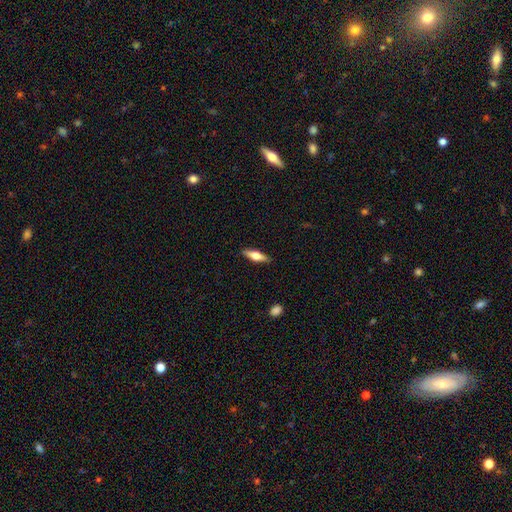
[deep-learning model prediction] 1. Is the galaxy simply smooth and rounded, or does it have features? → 48% featured or disk, 46% smooth, 6% star or artifact.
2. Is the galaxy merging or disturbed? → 89% none, 8% minor disturbance, 2% major disturbance, 1% merger.